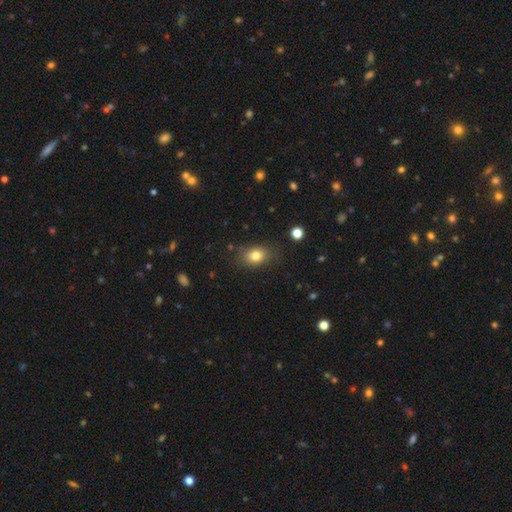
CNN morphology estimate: Smooth or featured: smooth — 81% (star or artifact — 11%)
How rounded: in between — 67% (round — 32%)
Merging: none — 80% (minor disturbance — 14%)